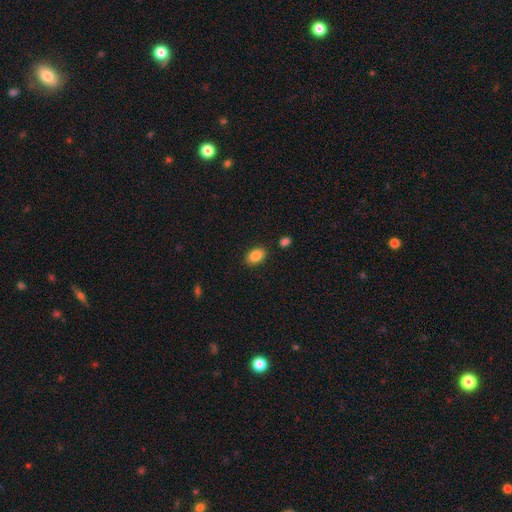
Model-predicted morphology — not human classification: This is clearly a smooth galaxy (87%). How rounded: clearly in between (88%). Merging: clearly none (85%).